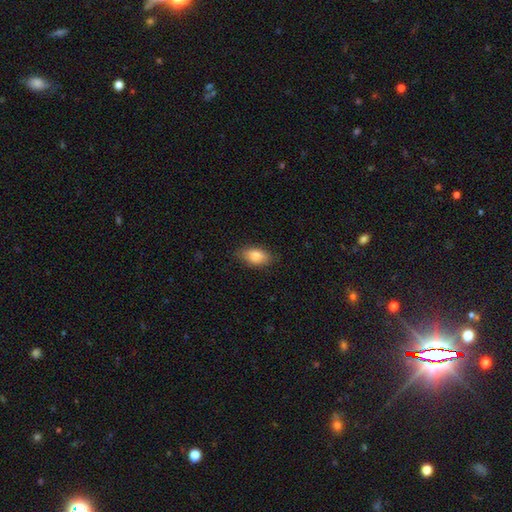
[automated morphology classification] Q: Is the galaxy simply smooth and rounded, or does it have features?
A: smooth — 83%.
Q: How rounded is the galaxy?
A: in between — 90%.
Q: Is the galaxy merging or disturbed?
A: none — 82%.